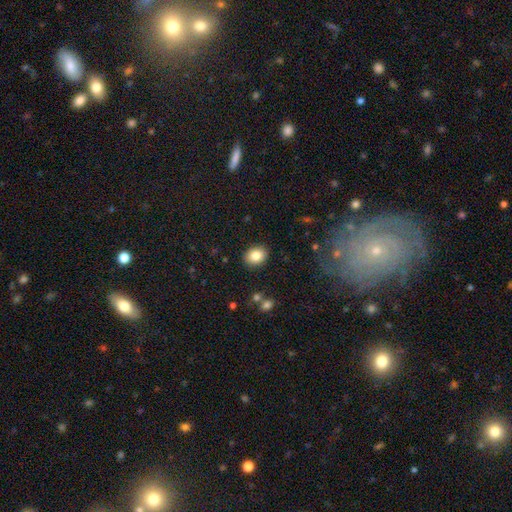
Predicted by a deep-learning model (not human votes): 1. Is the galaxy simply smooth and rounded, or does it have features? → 85% smooth, 8% star or artifact, 7% featured or disk.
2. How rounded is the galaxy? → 54% in between, 46% round, 1% cigar-shaped.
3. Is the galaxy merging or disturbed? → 89% none, 7% minor disturbance, 2% major disturbance, 1% merger.